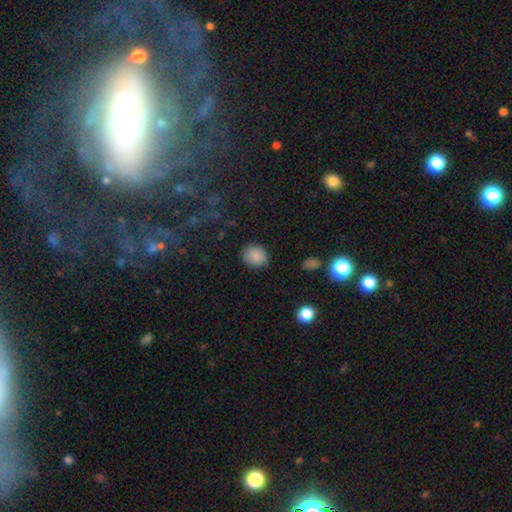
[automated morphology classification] This is clearly a smooth galaxy (85%). How rounded: likely round (73%). Merging: likely none (78%).